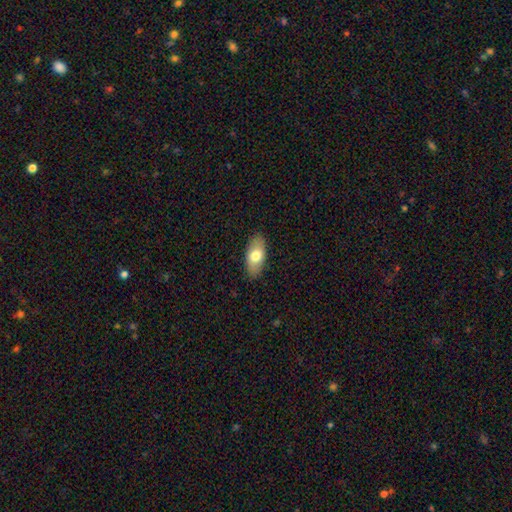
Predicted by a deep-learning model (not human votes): Q: Smooth or featured?
A: smooth (73%); runner-up: featured or disk (21%)
Q: How rounded?
A: in between (90%); runner-up: cigar-shaped (7%)
Q: Merging?
A: none (88%); runner-up: minor disturbance (9%)